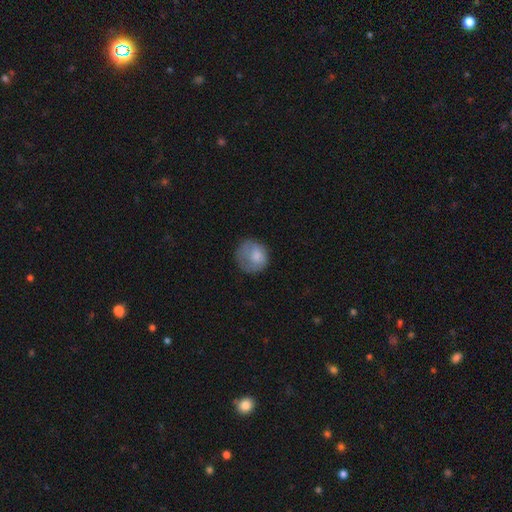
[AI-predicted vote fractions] smooth 76%, featured or disk 17%, star or artifact 8%. Down the decision tree: how rounded — round (80%); merging — none (52%).